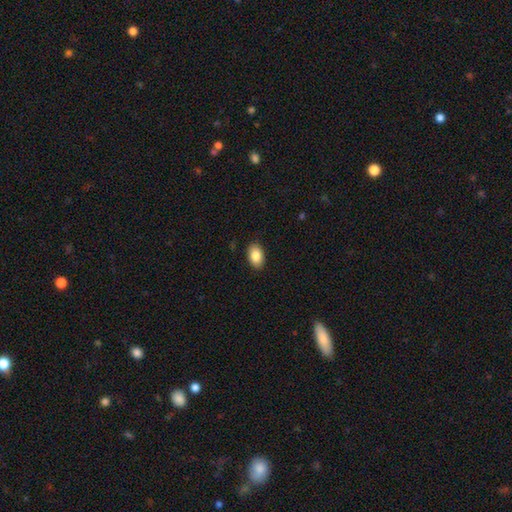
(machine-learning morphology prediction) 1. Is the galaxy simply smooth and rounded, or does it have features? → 87% smooth, 7% star or artifact, 6% featured or disk.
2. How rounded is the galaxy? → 91% in between, 8% round, 1% cigar-shaped.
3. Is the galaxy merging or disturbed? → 89% none, 8% minor disturbance, 2% major disturbance, 1% merger.